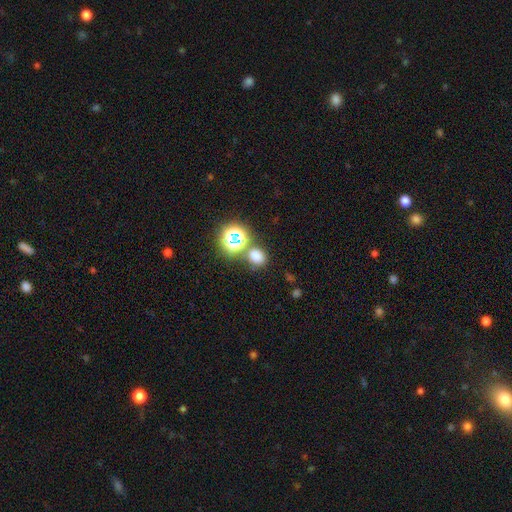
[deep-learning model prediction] A smooth galaxy with no disk features (68%) that is round (63%). Merging: none (70%).